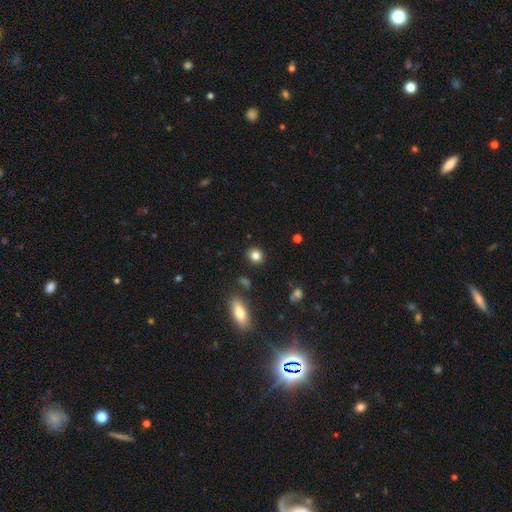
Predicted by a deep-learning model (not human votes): Morphology: type=smooth (84%); roundness=round (84%); merging=none (88%).